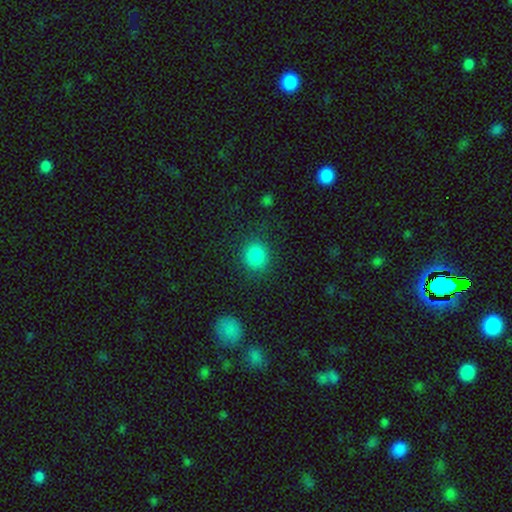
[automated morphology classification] Q: Smooth or featured?
A: smooth (85%); runner-up: star or artifact (11%)
Q: How rounded?
A: round (81%); runner-up: in between (18%)
Q: Merging?
A: none (85%); runner-up: minor disturbance (9%)